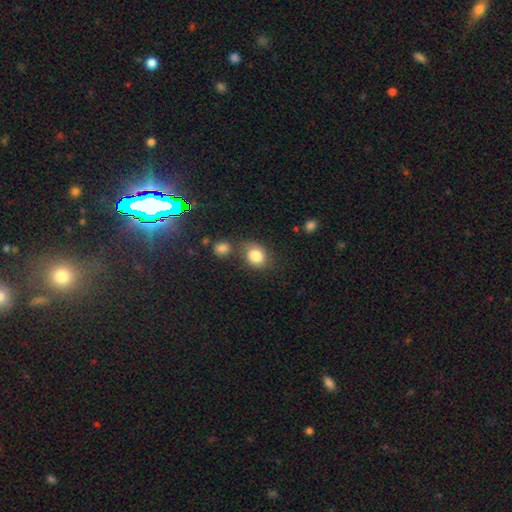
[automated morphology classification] A smooth galaxy with no disk features (83%) that is round (59%). Merging: none (61%).